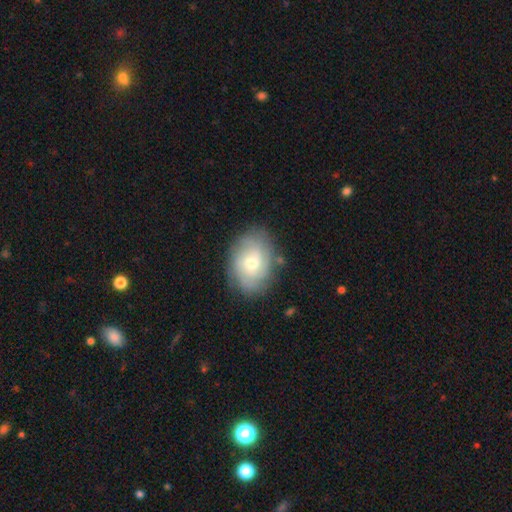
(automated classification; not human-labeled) This is possibly a featured or disk galaxy (55%). It is clearly not viewed edge-on (95%). Bar: likely no (73%). Spiral arm pattern: likely yes (77%). Central bulge: possibly moderate (59%). Merging: likely none (78%).